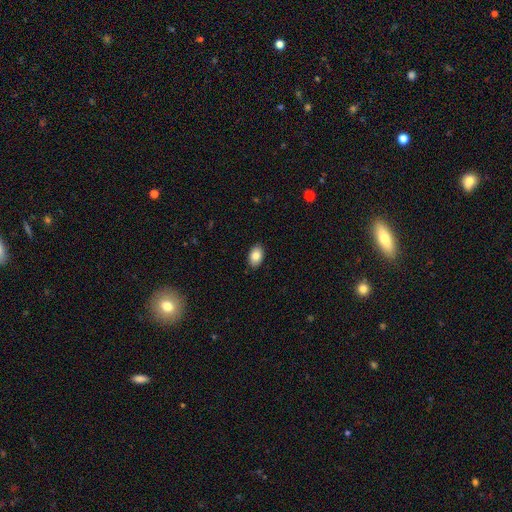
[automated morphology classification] smooth_or_featured: smooth (p=0.86) [alt: star or artifact p=0.07]
how_rounded: in between (p=0.89) [alt: round p=0.10]
merging: none (p=0.89) [alt: minor disturbance p=0.08]